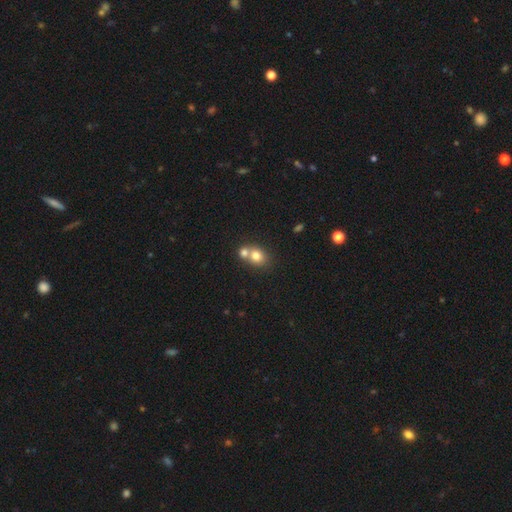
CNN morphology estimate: The model was most divided on "merging": merger: 55%, none: 36%, minor disturbance: 6%, major disturbance: 3%. More confident: smooth or featured — smooth (77%); how rounded — round (67%).